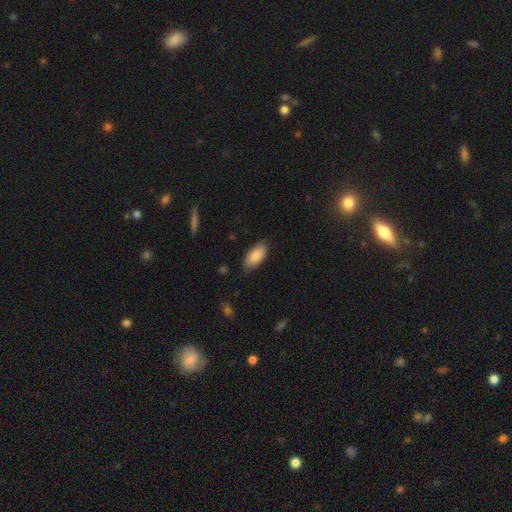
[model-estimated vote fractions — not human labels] A smooth galaxy with no disk features (87%) that is in between round and cigar-shaped (92%). Merging: none (84%).